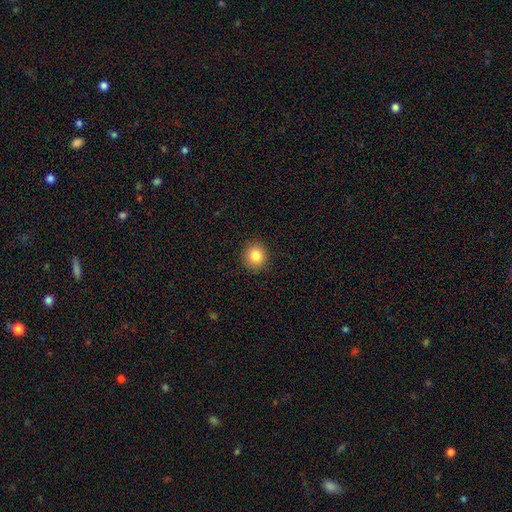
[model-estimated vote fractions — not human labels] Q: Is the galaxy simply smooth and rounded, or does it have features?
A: smooth — 85%.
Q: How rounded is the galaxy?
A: round — 86%.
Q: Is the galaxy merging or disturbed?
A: none — 90%.